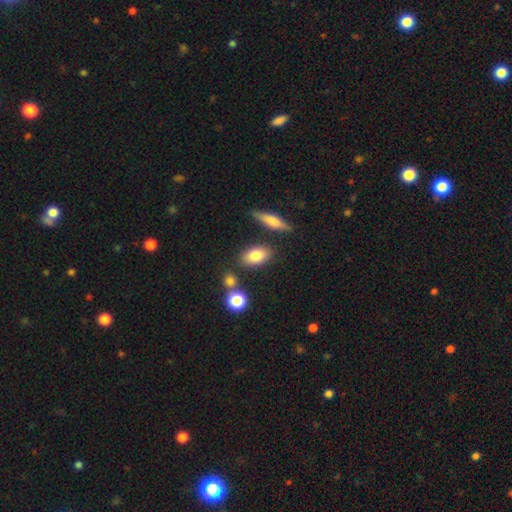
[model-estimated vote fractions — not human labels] This appears to be a smooth galaxy with no disk features (80%) that is in between round and cigar-shaped (85%). Merging: none (78%).